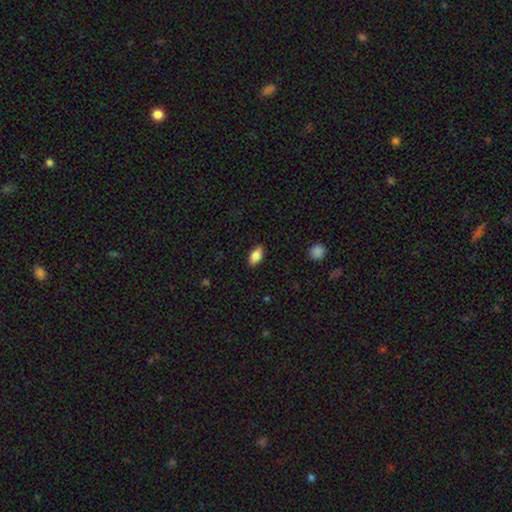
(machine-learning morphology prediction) smooth-or-featured: smooth: 81% | featured or disk: 12% | star or artifact: 7%
  how-rounded: in between: 89% | cigar-shaped: 7% | round: 4%
  merging: none: 87% | minor disturbance: 9% | major disturbance: 2% | merger: 1%